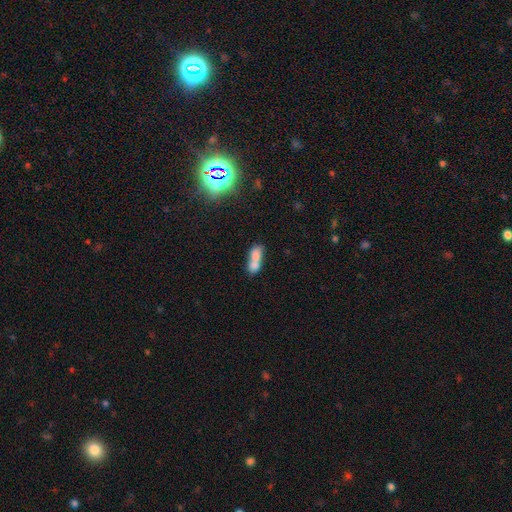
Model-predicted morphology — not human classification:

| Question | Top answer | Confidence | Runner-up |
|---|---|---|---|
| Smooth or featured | smooth | 69% | featured or disk (21%) |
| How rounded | in between | 73% | round (16%) |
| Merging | merger | 72% | none (17%) |